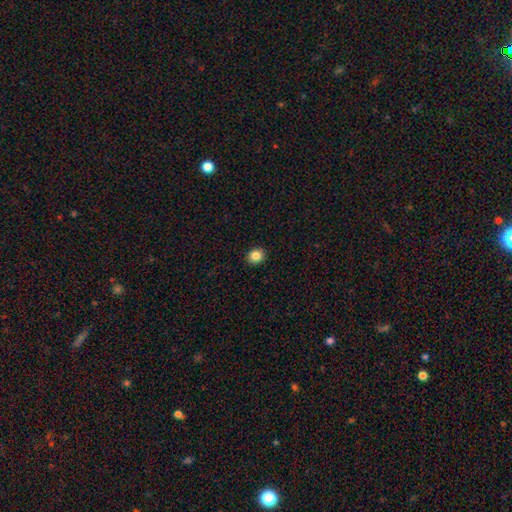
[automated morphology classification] smooth 85%, star or artifact 10%, featured or disk 5%. Down the decision tree: how rounded — round (72%); merging — none (92%).